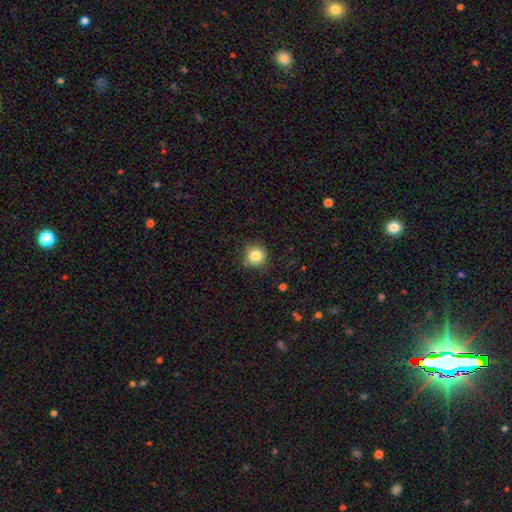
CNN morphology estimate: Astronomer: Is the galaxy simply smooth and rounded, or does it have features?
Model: smooth — 83%.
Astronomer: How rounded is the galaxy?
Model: round — 93%.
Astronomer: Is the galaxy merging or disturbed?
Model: none — 84%.